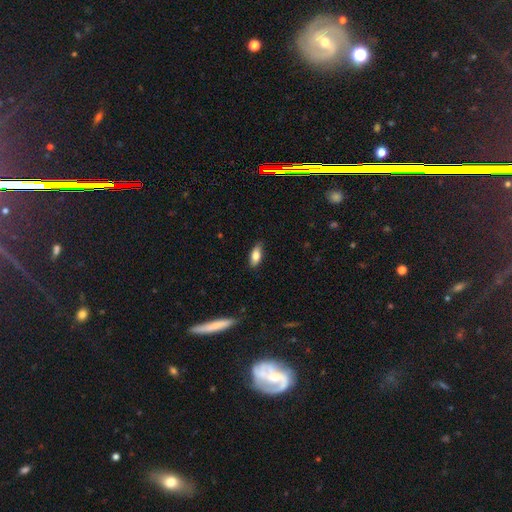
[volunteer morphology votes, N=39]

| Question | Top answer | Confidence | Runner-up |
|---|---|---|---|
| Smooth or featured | smooth | 87% | featured or disk (10%) |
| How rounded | in between | 79% | cigar-shaped (21%) |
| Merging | none | 87% | minor disturbance (13%) |